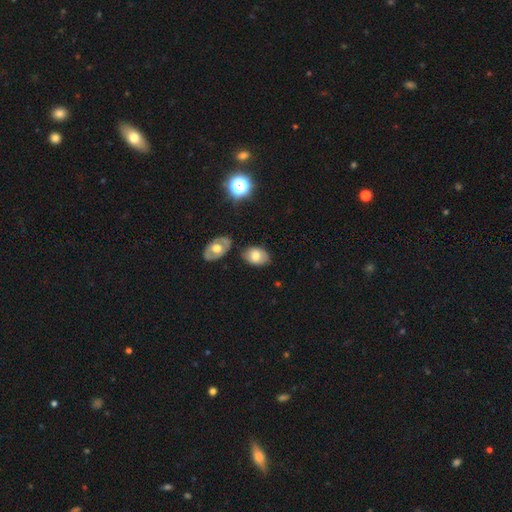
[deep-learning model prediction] The model was most divided on "smooth or featured": smooth: 66%, featured or disk: 25%, star or artifact: 9%. More confident: how rounded — in between (83%); merging — none (74%).